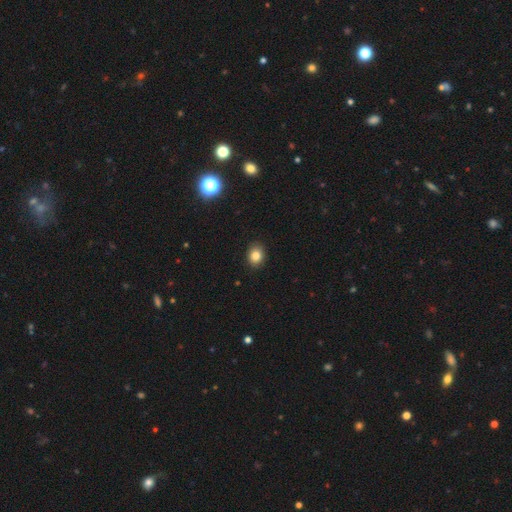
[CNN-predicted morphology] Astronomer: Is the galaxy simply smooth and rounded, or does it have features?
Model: smooth — 83%.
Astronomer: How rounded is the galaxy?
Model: in between — 53% (runner-up: round, 46%).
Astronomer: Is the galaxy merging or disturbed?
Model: none — 89%.